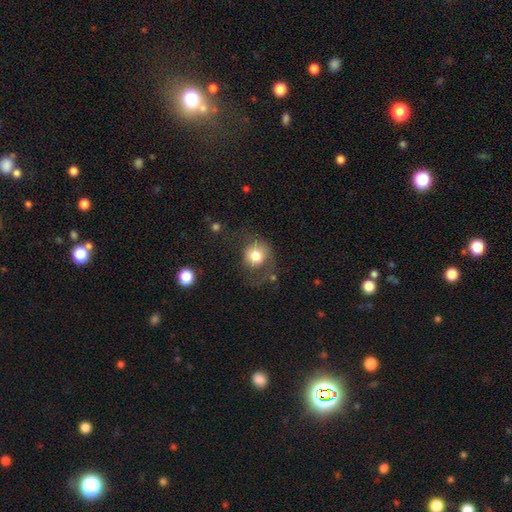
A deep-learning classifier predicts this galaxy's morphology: type=smooth (74%); roundness=round (79%); merging=none (42%).